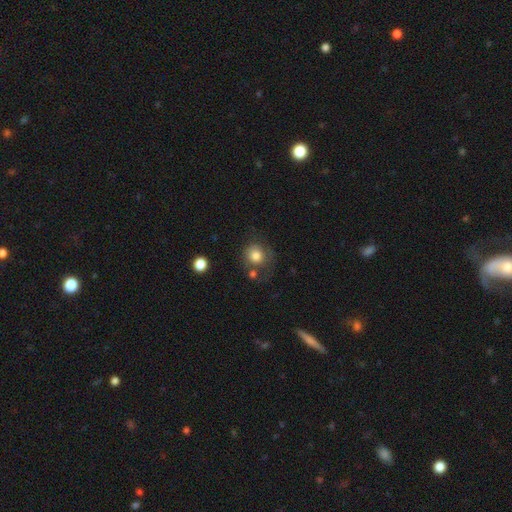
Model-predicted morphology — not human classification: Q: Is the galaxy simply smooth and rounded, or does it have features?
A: smooth — 80%.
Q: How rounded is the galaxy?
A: round — 83%.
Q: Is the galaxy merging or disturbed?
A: none — 60%.